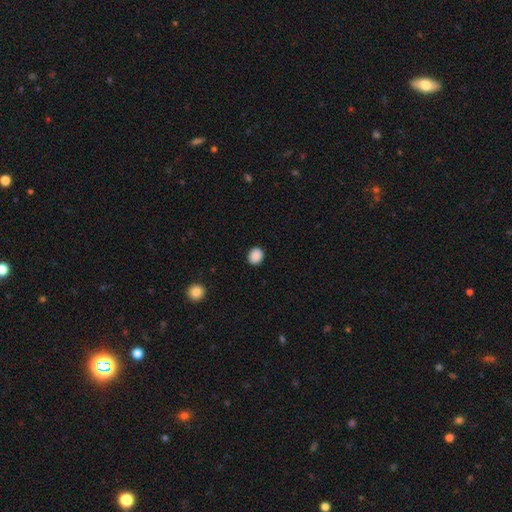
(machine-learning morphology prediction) This appears to be a smooth galaxy with no disk features (89%) that is round (66%). Merging: none (90%).